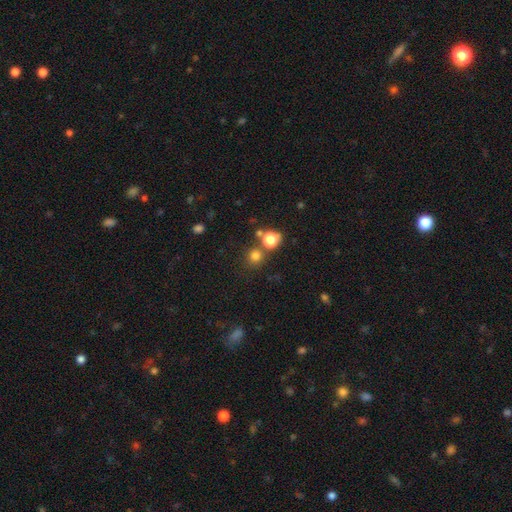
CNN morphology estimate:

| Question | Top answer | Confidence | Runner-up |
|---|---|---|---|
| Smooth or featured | smooth | 75% | star or artifact (19%) |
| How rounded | round | 90% | in between (9%) |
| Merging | none | 72% | merger (17%) |